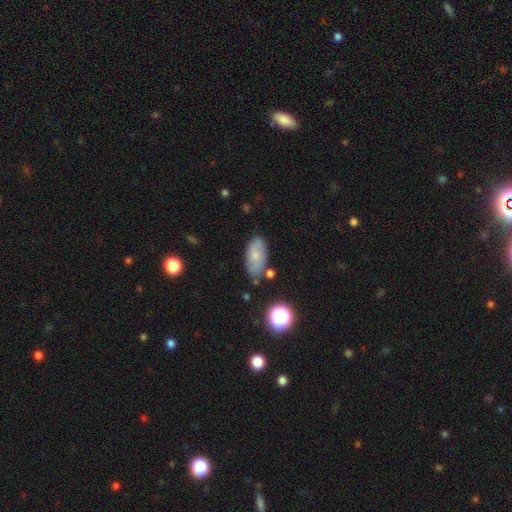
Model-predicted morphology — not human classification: This appears to be a smooth galaxy with no disk features (65%) that is in between round and cigar-shaped (91%). Merging: none (71%).